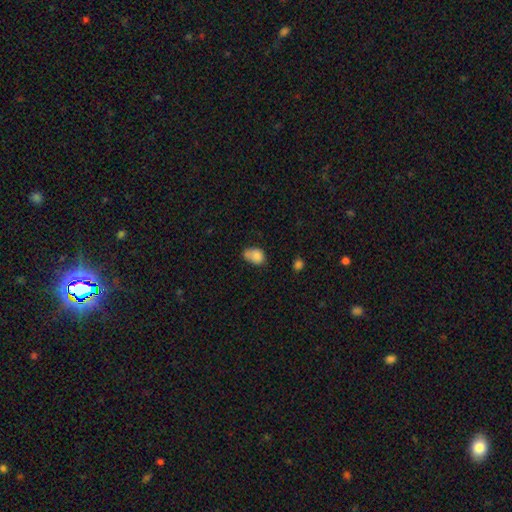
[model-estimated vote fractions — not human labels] Overall: smooth (82%). How rounded: in between (75%). Merging: none (39%; minor disturbance 37%).